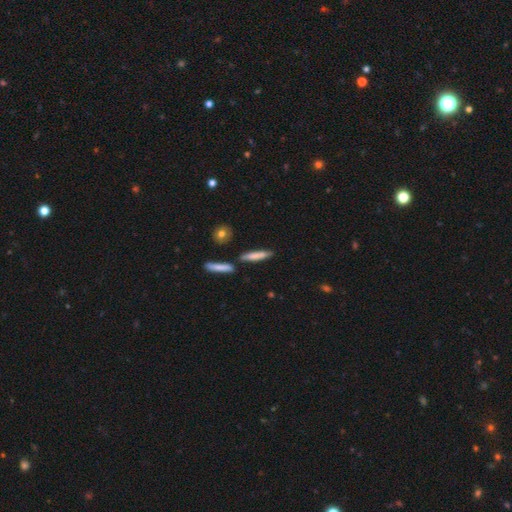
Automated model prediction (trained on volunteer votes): A smooth galaxy with no disk features (74%) that is cigar-shaped (87%). Merging: none (79%).